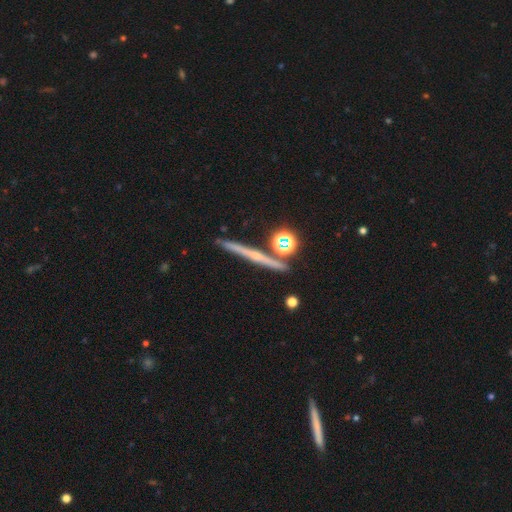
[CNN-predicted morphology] Smooth or featured? featured or disk (67%)
Edge-on disk? yes (96%)
Edge-on bulge? rounded (58%)
Merging? none (84%)